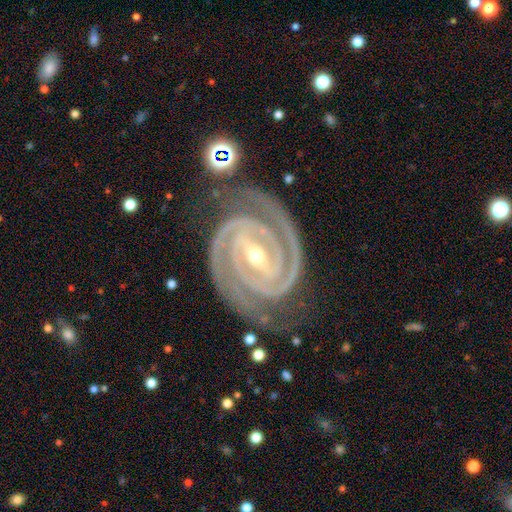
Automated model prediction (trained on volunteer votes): The model was most divided on "bulge size": small: 58%, moderate: 39%, large: 1%, none: 1%, dominant: 1%. More confident: spiral arms — yes (99%); edge-on disk — no (98%); smooth or featured — featured or disk (94%); spiral arm count — 2 (86%); spiral winding — tight (86%); merging — none (81%); bar — strong (58%).